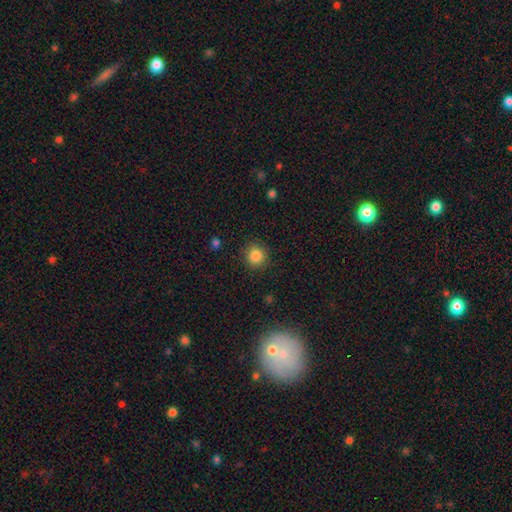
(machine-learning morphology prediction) This appears to be a smooth galaxy with no disk features (85%) that is round (91%). Merging: none (89%).